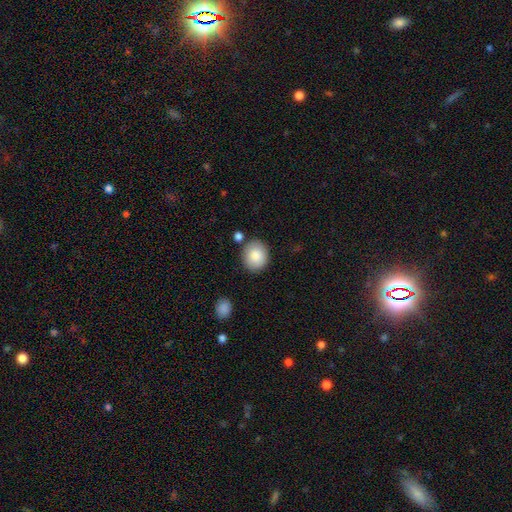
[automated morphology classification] smooth_or_featured: smooth (p=0.87) [alt: star or artifact p=0.07]
how_rounded: round (p=0.69) [alt: in between p=0.30]
merging: none (p=0.82) [alt: minor disturbance p=0.10]